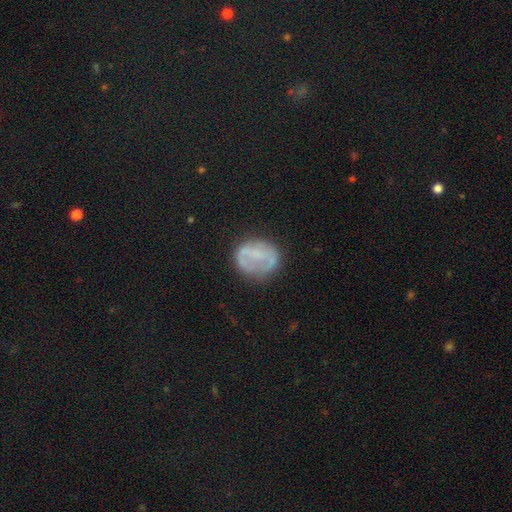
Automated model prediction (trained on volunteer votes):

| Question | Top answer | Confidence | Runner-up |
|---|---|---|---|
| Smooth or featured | smooth | 45% | featured or disk (43%) |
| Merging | none | 65% | minor disturbance (21%) |